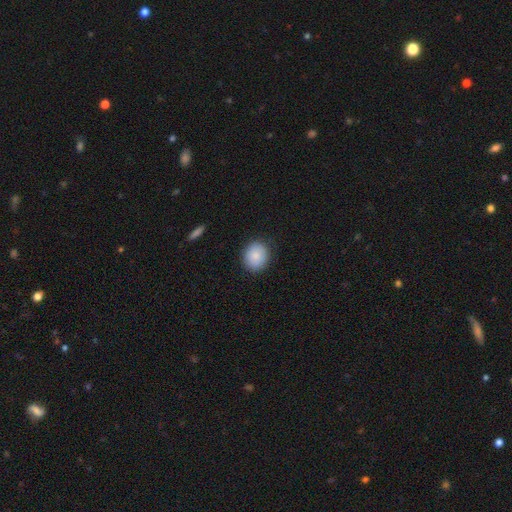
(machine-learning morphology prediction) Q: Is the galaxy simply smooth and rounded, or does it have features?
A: smooth — 86%.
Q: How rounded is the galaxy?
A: round — 65%.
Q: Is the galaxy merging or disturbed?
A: none — 88%.